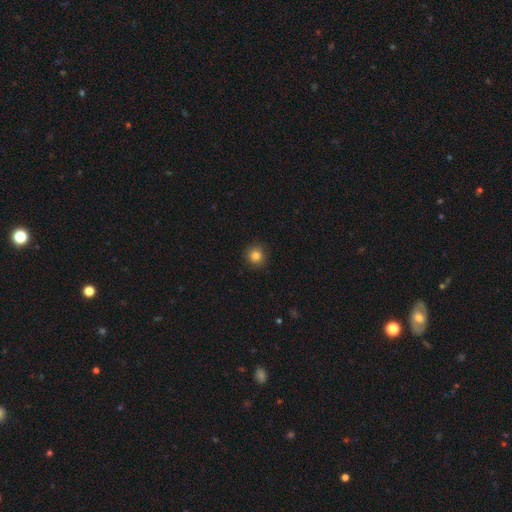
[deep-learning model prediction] A smooth galaxy with no disk features (83%) that is round (93%). Merging: none (91%).